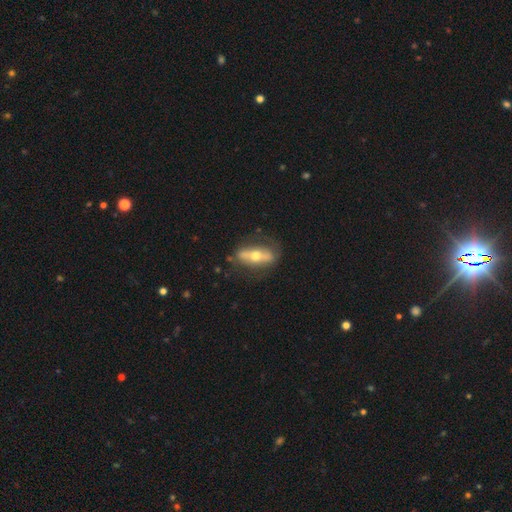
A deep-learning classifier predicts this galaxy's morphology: Smooth or featured? featured or disk (57%)
Edge-on disk? no (57%)
Merging? none (71%)